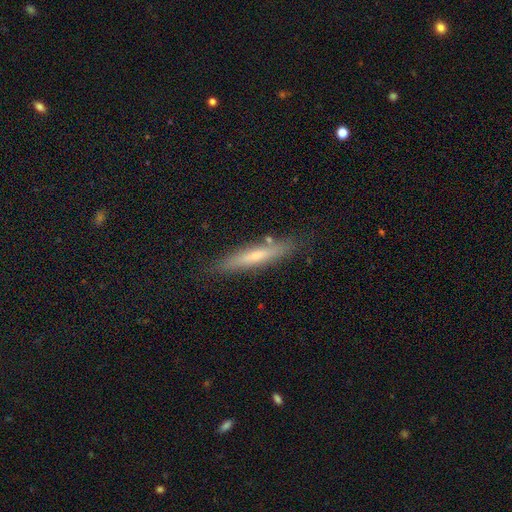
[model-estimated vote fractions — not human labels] Q: Smooth or featured?
A: smooth (54%); runner-up: featured or disk (39%)
Q: How rounded?
A: cigar-shaped (90%); runner-up: in between (8%)
Q: Merging?
A: none (83%); runner-up: minor disturbance (12%)